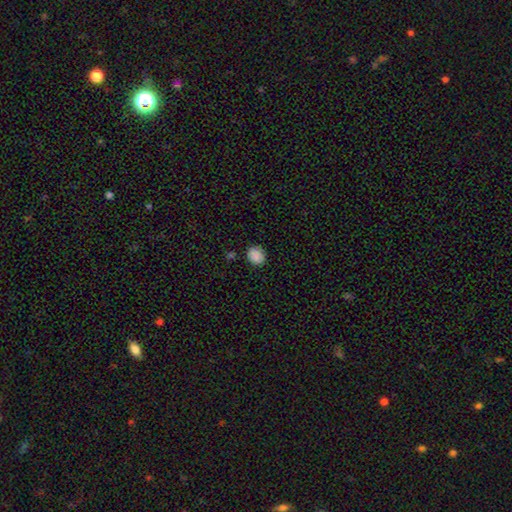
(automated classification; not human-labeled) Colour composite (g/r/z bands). It shows a smooth galaxy with no disk features (88%) that is round (64%). Merging: none (85%).